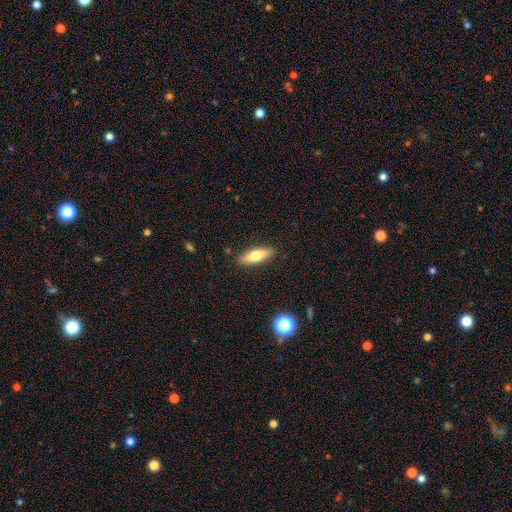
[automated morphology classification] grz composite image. It shows a smooth galaxy with no disk features (67%) that is in between round and cigar-shaped (51%). Merging: none (87%).